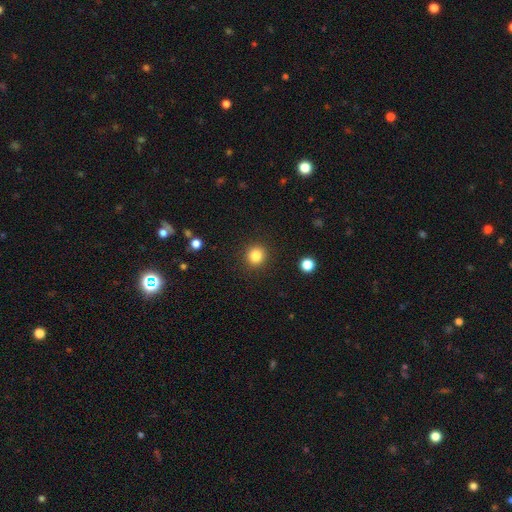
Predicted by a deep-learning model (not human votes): A smooth galaxy with no disk features (83%) that is round (91%).

Vote fractions:
- Smooth or featured? smooth: 83% / star or artifact: 11% / featured or disk: 5%
- How rounded? round: 91% / in between: 8% / cigar-shaped: 1%
- Merging? none: 91% / minor disturbance: 6% / major disturbance: 2% / merger: 1%